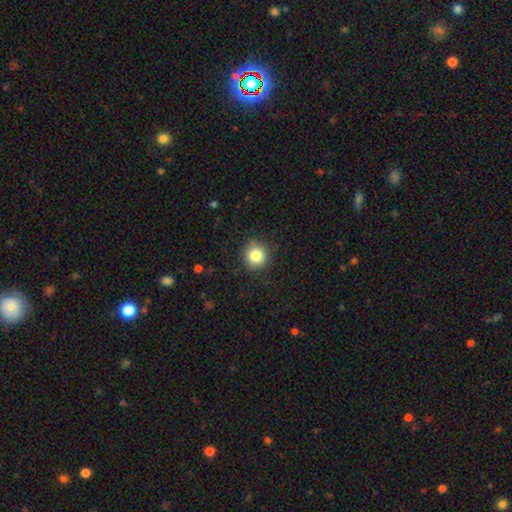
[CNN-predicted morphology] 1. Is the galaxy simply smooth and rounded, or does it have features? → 83% smooth, 11% star or artifact, 7% featured or disk.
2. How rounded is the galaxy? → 93% round, 7% in between, 1% cigar-shaped.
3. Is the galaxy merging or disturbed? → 90% none, 7% minor disturbance, 2% major disturbance, 1% merger.